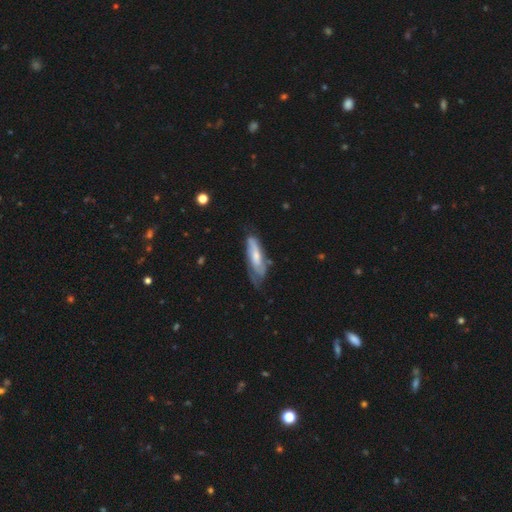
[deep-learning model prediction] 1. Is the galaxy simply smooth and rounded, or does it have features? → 49% featured or disk, 45% smooth, 6% star or artifact.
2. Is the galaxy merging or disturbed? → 46% none, 33% minor disturbance, 18% major disturbance, 3% merger.